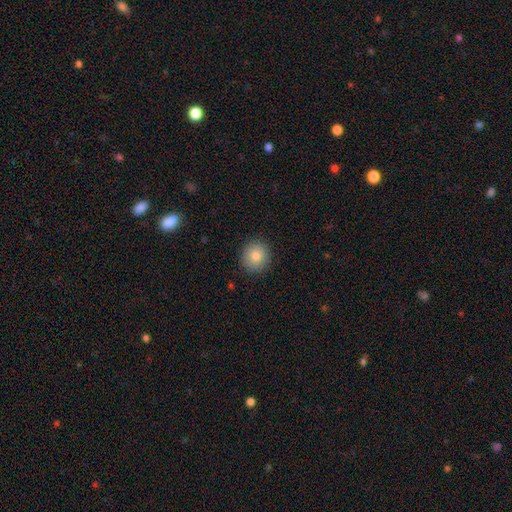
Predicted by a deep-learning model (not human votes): Smooth or featured?
  - smooth: 82% *
  - star or artifact: 10%
  - featured or disk: 8%
How rounded?
  - round: 90% *
  - in between: 9%
  - cigar-shaped: 1%
Merging?
  - none: 91% *
  - minor disturbance: 6%
  - major disturbance: 2%
  - merger: 1%